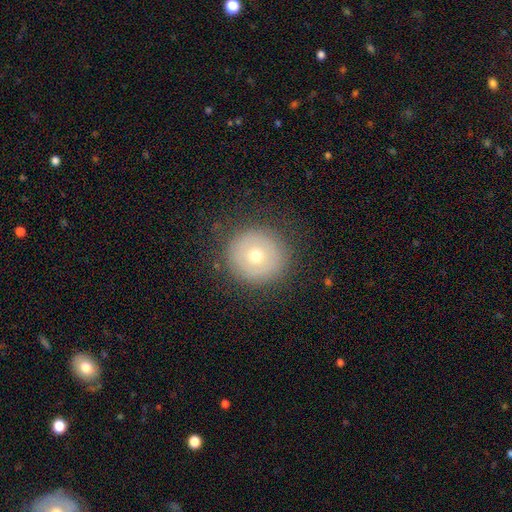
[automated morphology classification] smooth 59%, featured or disk 30%, star or artifact 10%. Down the decision tree: how rounded — round (93%); merging — none (85%).